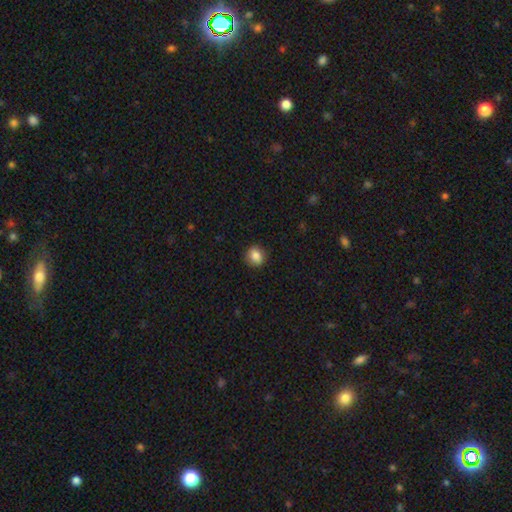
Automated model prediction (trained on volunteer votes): A smooth galaxy with no disk features (85%) that is round (74%). Merging: none (88%).